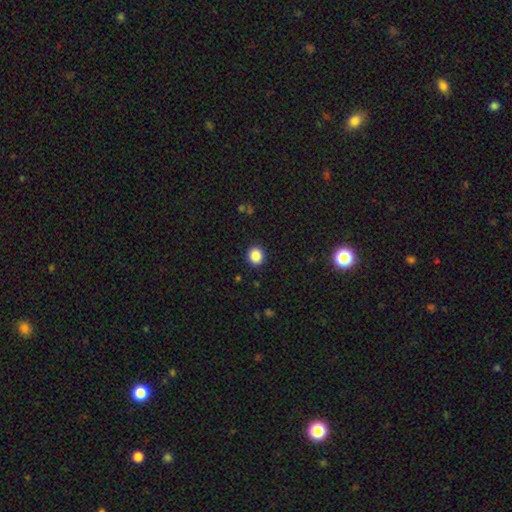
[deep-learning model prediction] smooth-or-featured: smooth: 87% | star or artifact: 10% | featured or disk: 3%
  how-rounded: round: 85% | in between: 14% | cigar-shaped: 1%
  merging: none: 92% | minor disturbance: 6% | major disturbance: 2% | merger: 1%